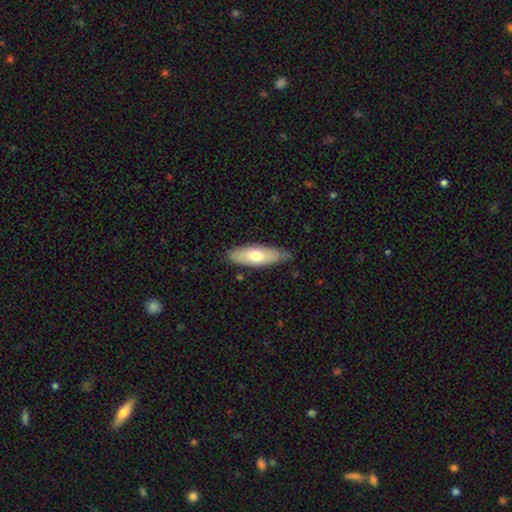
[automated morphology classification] Overall: smooth (65%; featured or disk 30%). How rounded: in between (63%; cigar-shaped 35%). Merging: none (74%).